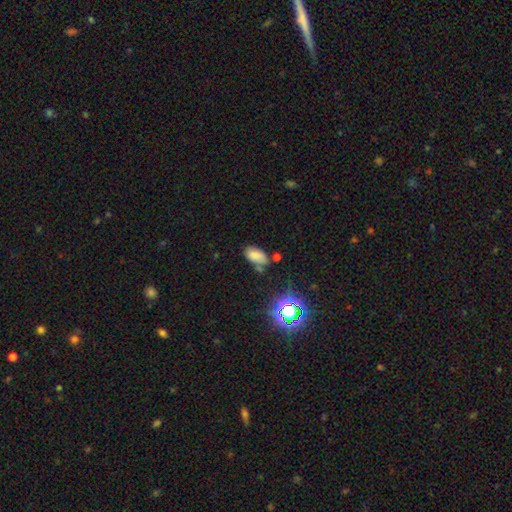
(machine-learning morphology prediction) A smooth galaxy with no disk features (73%) that is in between round and cigar-shaped (93%). Merging: none (58%).